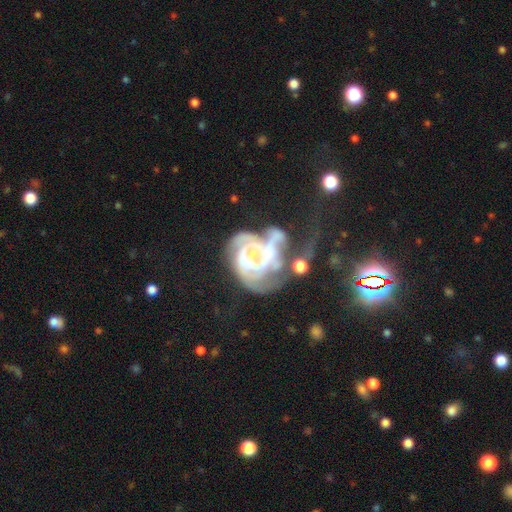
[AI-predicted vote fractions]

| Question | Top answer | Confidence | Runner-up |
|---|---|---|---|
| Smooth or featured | featured or disk | 78% | smooth (12%) |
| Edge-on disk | no | 98% | yes (2%) |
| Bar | no | 75% | weak (20%) |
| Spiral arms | yes | 75% | no (25%) |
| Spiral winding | tight | 49% | medium (33%) |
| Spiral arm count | can't tell | 41% | 3 (19%) |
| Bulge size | small | 54% | moderate (24%) |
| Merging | major disturbance | 39% | merger (29%) |